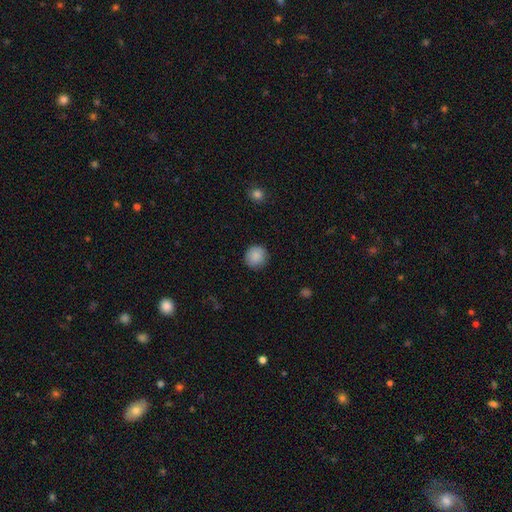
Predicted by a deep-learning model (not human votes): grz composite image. It shows a smooth galaxy with no disk features (89%) that is round (92%). Merging: none (89%).